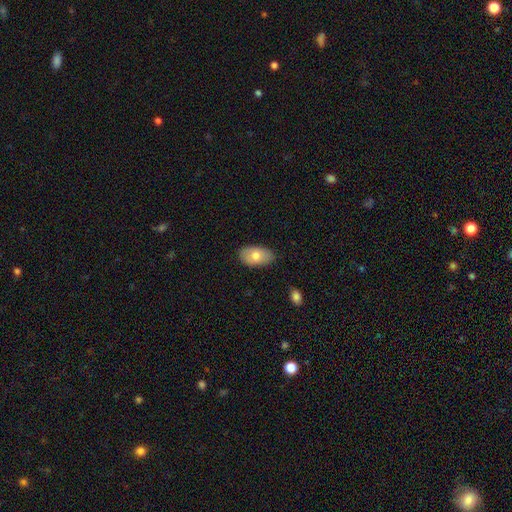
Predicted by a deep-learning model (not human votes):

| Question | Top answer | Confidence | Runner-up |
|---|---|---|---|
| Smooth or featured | smooth | 75% | featured or disk (18%) |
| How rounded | in between | 93% | round (6%) |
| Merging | none | 80% | minor disturbance (16%) |